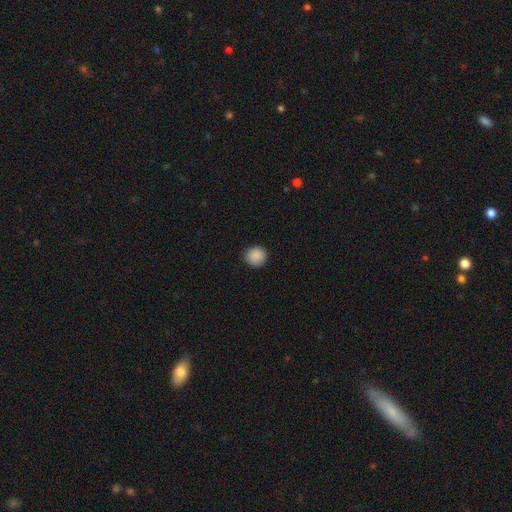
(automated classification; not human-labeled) This is clearly a smooth galaxy (89%). How rounded: clearly round (91%). Merging: clearly none (90%).